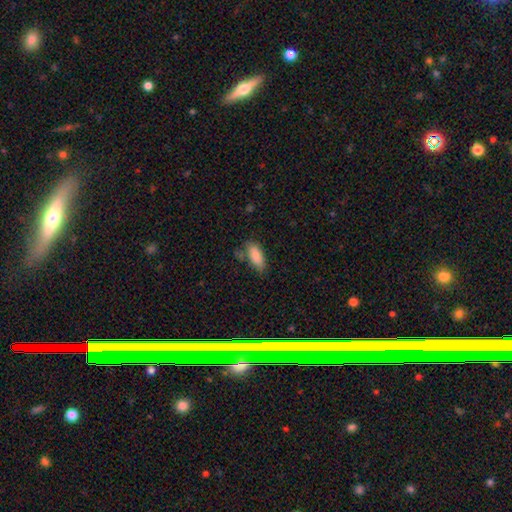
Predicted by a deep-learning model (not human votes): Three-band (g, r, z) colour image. It shows a smooth galaxy with no disk features (85%) that is in between round and cigar-shaped (82%). Merging: none (64%).